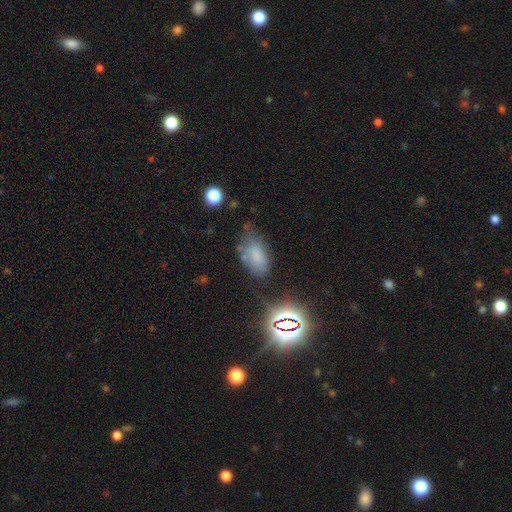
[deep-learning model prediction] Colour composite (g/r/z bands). It shows a smooth galaxy with no disk features (67%) that is in between round and cigar-shaped (91%). Merging: none (56%).